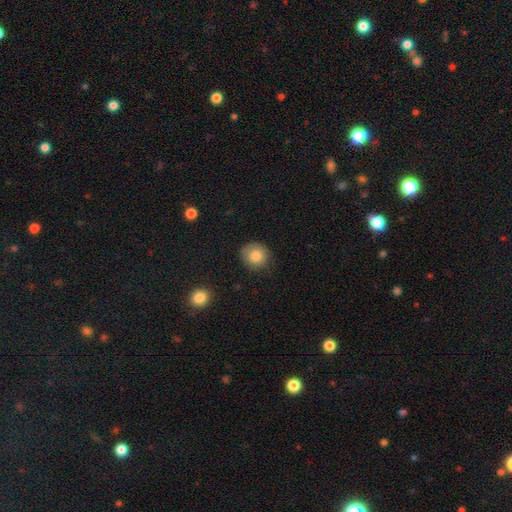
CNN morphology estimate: The model was most divided on "merging": none: 81%, minor disturbance: 14%, major disturbance: 3%, merger: 1%. More confident: how rounded — round (86%); smooth or featured — smooth (84%).